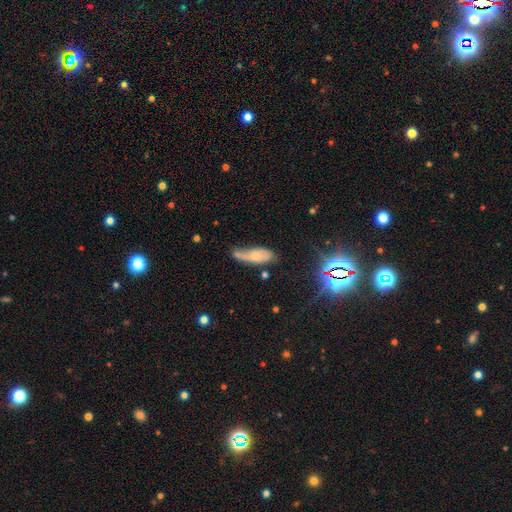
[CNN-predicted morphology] Smooth or featured? smooth (50%)
How rounded? in between (67%)
Merging? none (37%)